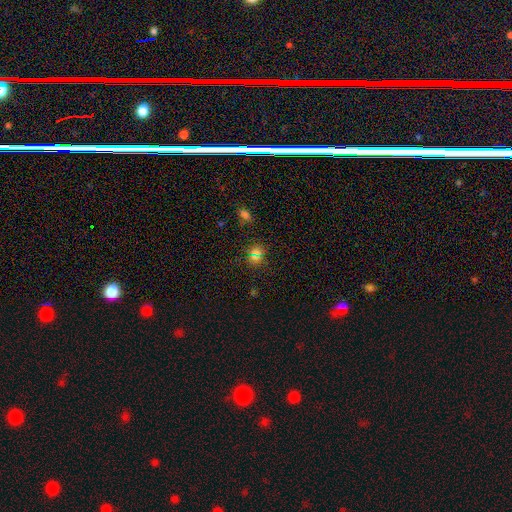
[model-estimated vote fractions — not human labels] Smooth or featured? smooth (55%)
How rounded? round (81%)
Merging? none (82%)